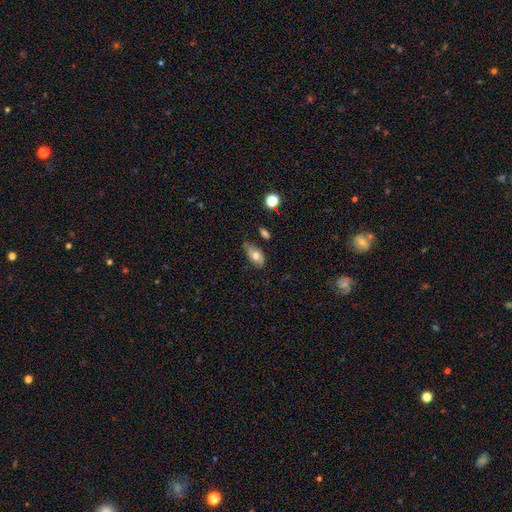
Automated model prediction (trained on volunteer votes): Overall: smooth (66%). How rounded: in between (90%). Merging: none (55%; minor disturbance 33%).